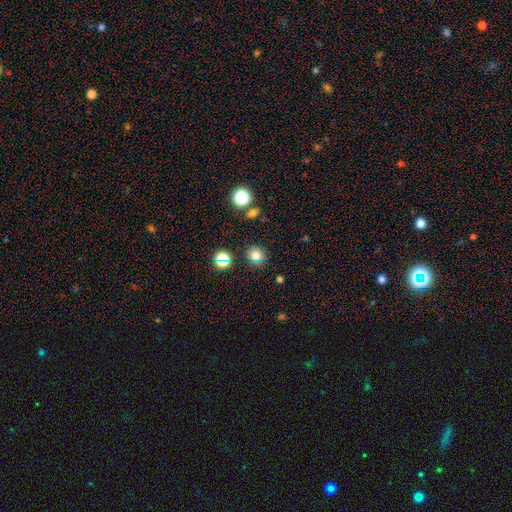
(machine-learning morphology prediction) smooth_or_featured: smooth (p=0.70) [alt: star or artifact p=0.22]
how_rounded: round (p=0.83) [alt: in between p=0.16]
merging: none (p=0.82) [alt: minor disturbance p=0.10]